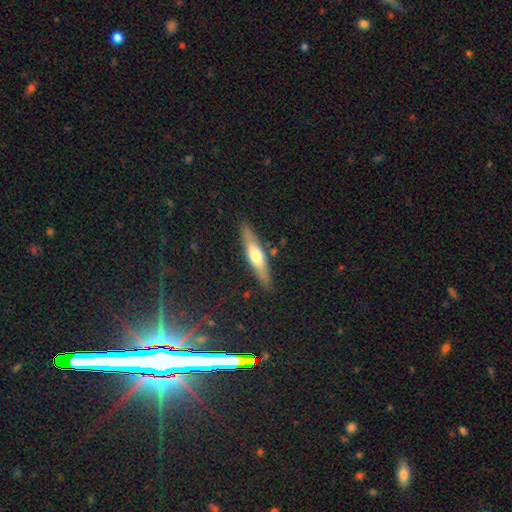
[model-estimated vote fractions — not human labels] A smooth galaxy with no disk features (48%). Merging: none (86%).